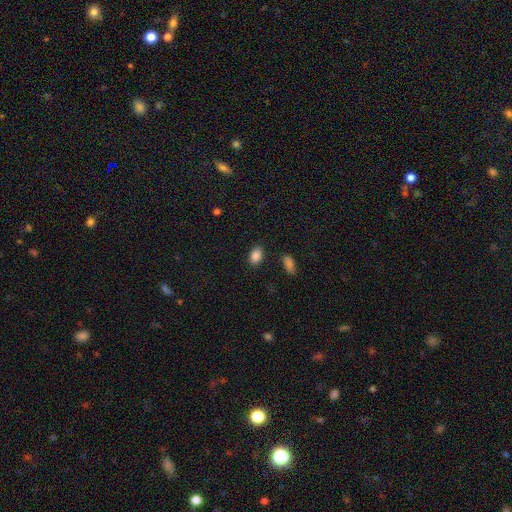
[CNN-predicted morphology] Q: Smooth or featured?
A: smooth (87%); runner-up: star or artifact (9%)
Q: How rounded?
A: in between (85%); runner-up: round (14%)
Q: Merging?
A: none (84%); runner-up: minor disturbance (10%)